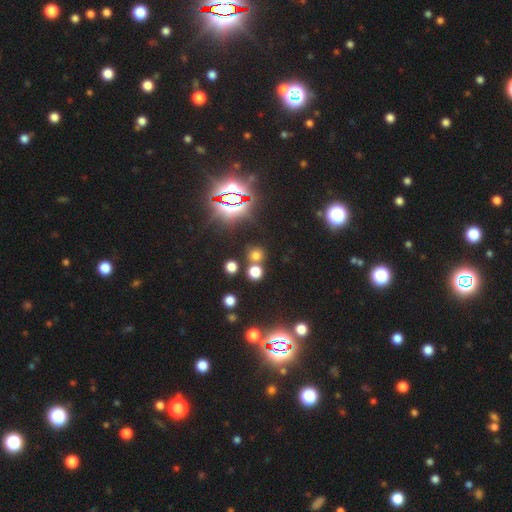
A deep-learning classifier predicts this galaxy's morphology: smooth 58%, star or artifact 35%, featured or disk 7%. Down the decision tree: how rounded — round (88%); merging — none (68%).